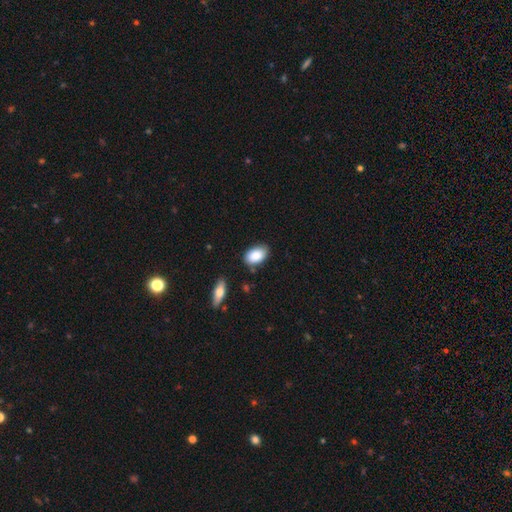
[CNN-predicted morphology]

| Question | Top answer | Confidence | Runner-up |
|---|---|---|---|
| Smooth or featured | smooth | 88% | star or artifact (6%) |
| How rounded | in between | 92% | round (6%) |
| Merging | none | 78% | minor disturbance (16%) |